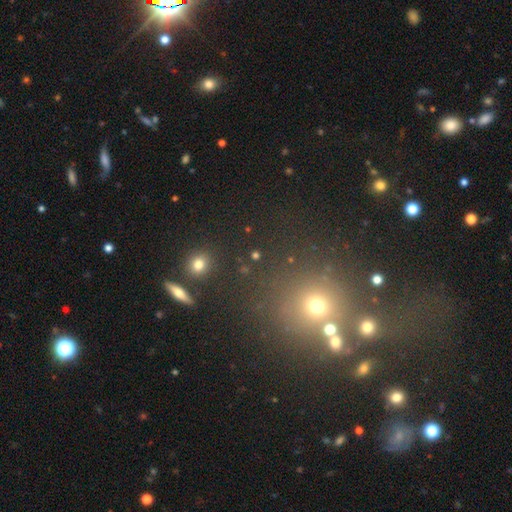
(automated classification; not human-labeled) smooth 61%, star or artifact 28%, featured or disk 11%. Down the decision tree: how rounded — round (80%); merging — none (85%).